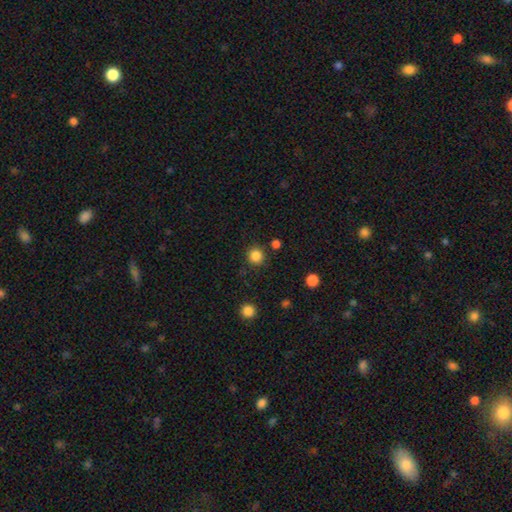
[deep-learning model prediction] smooth 85%, star or artifact 12%, featured or disk 3%. Down the decision tree: how rounded — round (92%); merging — none (87%).